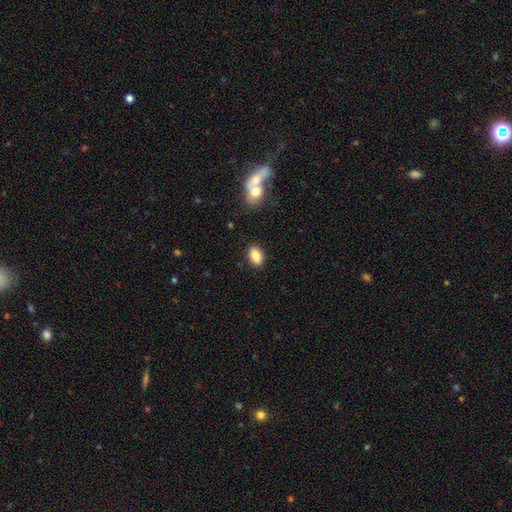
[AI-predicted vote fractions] Smooth or featured: smooth — 86% (star or artifact — 8%)
How rounded: in between — 88% (round — 10%)
Merging: none — 87% (minor disturbance — 9%)